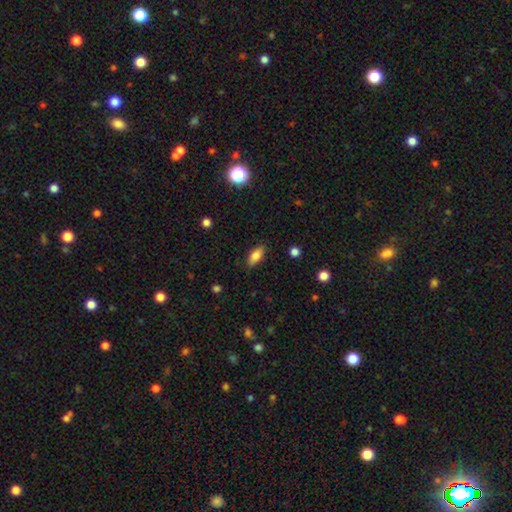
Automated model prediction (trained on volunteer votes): Smooth or featured: smooth — 79% (featured or disk — 13%)
How rounded: in between — 82% (cigar-shaped — 14%)
Merging: none — 85% (minor disturbance — 11%)